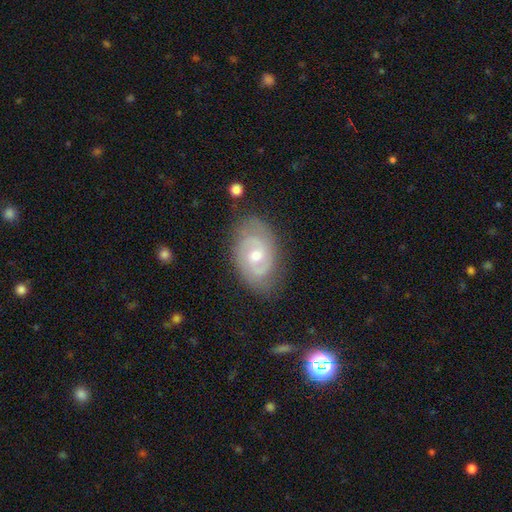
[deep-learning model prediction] This is clearly a featured or disk galaxy (82%). It is clearly not viewed edge-on (96%). Bar: possibly no (54%). Spiral arm pattern: clearly yes (93%). Spiral arm count: likely 2 (74%). Spiral winding: possibly tight (53%). Central bulge: likely moderate (62%). Merging: likely none (77%).